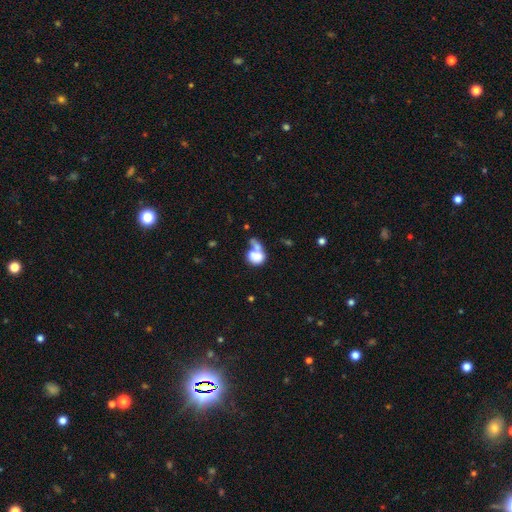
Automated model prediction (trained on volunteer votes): smooth 71%, featured or disk 20%, star or artifact 9%. Down the decision tree: how rounded — in between (61%); merging — merger (57%).